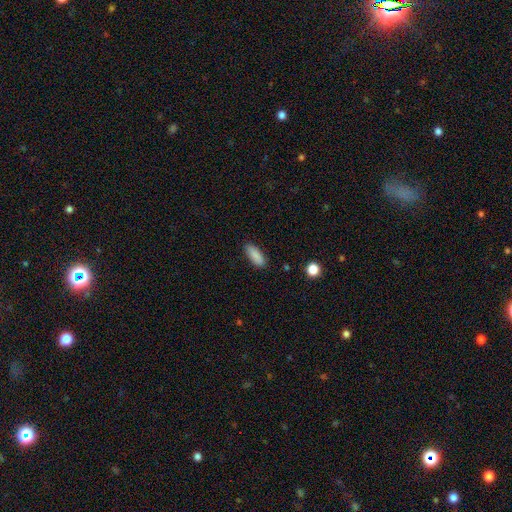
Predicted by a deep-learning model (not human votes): Q: Smooth or featured?
A: smooth (88%); runner-up: star or artifact (7%)
Q: How rounded?
A: in between (71%); runner-up: cigar-shaped (28%)
Q: Merging?
A: none (85%); runner-up: minor disturbance (11%)